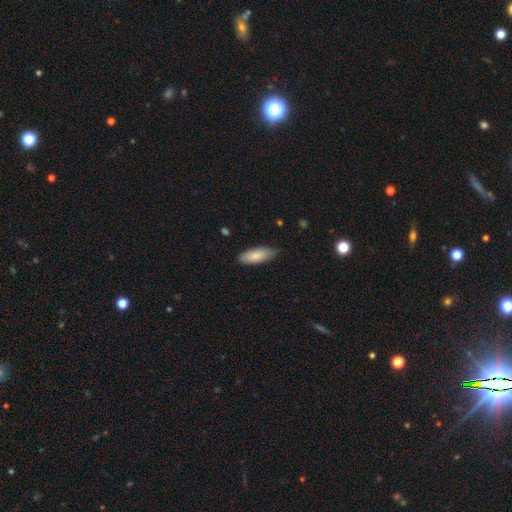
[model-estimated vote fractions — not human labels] A smooth galaxy with no disk features (83%) that is in between round and cigar-shaped (74%). Merging: none (78%).